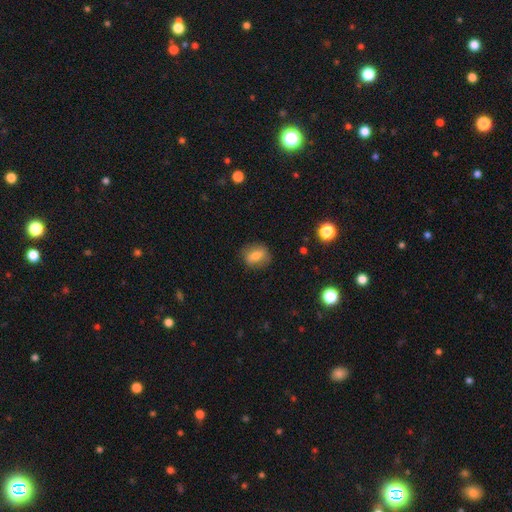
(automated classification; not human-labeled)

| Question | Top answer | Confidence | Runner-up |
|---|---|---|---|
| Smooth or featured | smooth | 70% | featured or disk (20%) |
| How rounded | in between | 53% | round (45%) |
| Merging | none | 79% | minor disturbance (15%) |